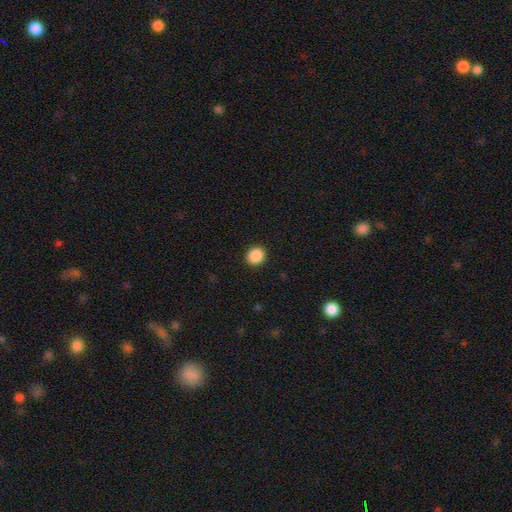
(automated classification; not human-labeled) A smooth galaxy with no disk features (89%) that is round (84%).

Vote fractions:
- Smooth or featured? smooth: 89% / star or artifact: 9% / featured or disk: 3%
- How rounded? round: 84% / in between: 15% / cigar-shaped: 1%
- Merging? none: 92% / minor disturbance: 5% / major disturbance: 2% / merger: 1%